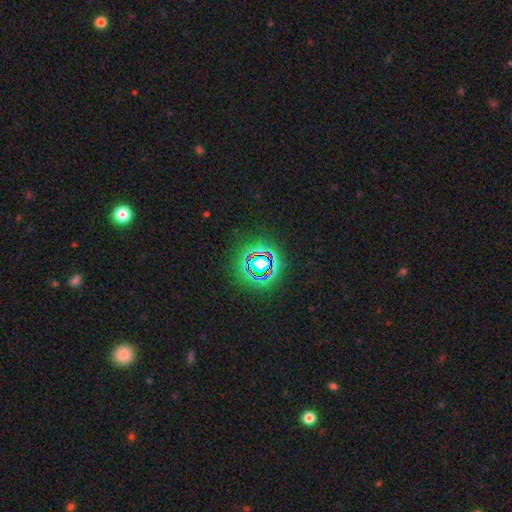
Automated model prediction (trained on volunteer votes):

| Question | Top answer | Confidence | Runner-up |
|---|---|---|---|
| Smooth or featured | star or artifact | 70% | smooth (19%) |